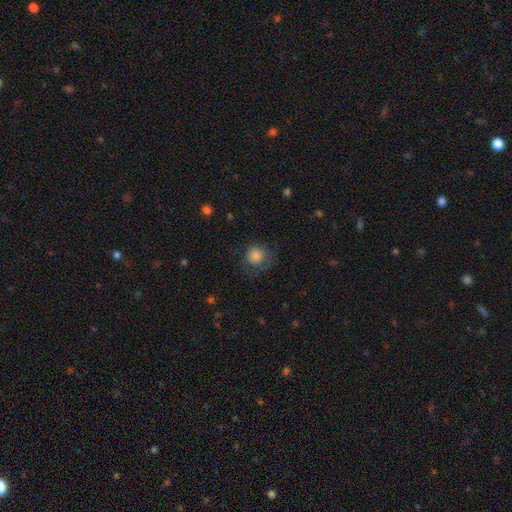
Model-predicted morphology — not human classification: type=smooth (79%); roundness=round (87%); merging=none (60%).